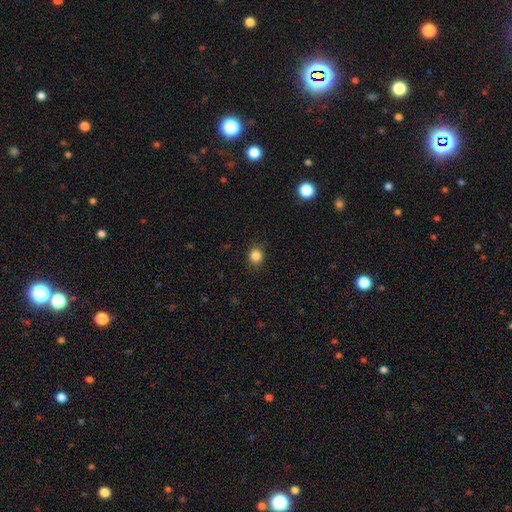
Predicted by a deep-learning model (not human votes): Morphology: type=smooth (84%); roundness=round (81%); merging=none (86%).